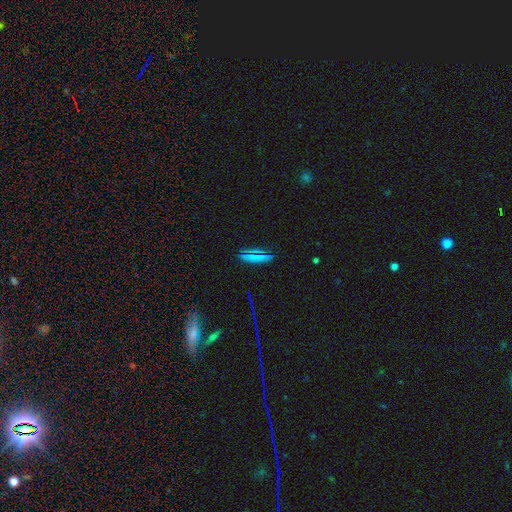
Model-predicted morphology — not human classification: This appears to be a smooth galaxy with no disk features (67%) that is in between round and cigar-shaped (49%). Merging: none (83%).